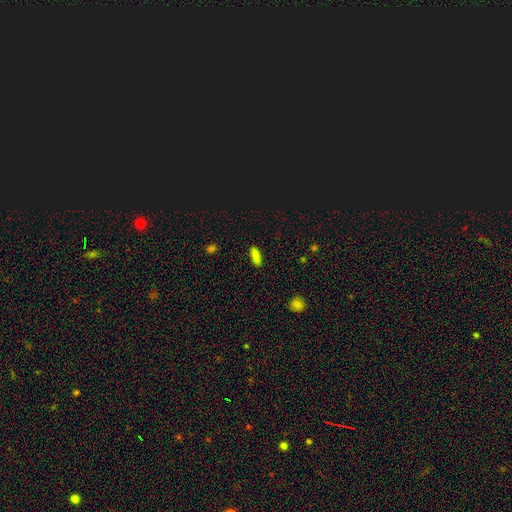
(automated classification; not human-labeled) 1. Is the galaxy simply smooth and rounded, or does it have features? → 84% smooth, 12% star or artifact, 5% featured or disk.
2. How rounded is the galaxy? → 57% in between, 40% cigar-shaped, 2% round.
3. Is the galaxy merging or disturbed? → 88% none, 9% minor disturbance, 2% major disturbance, 1% merger.